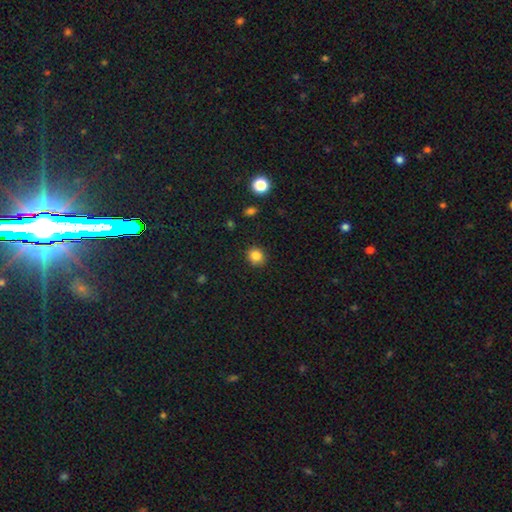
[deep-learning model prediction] A smooth galaxy with no disk features (84%) that is round (85%).

Vote fractions:
- Smooth or featured? smooth: 84% / star or artifact: 11% / featured or disk: 4%
- How rounded? round: 85% / in between: 14% / cigar-shaped: 1%
- Merging? none: 89% / minor disturbance: 8% / major disturbance: 2% / merger: 1%